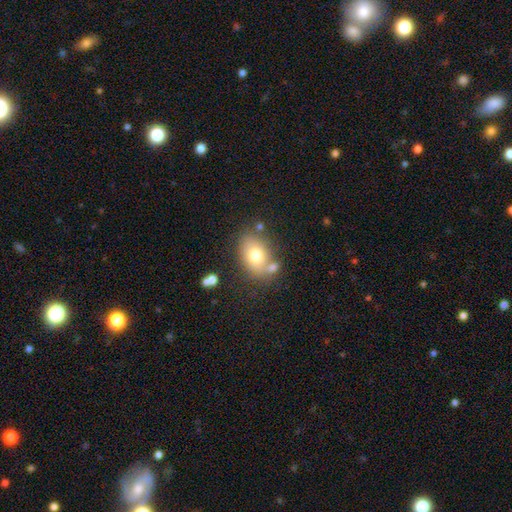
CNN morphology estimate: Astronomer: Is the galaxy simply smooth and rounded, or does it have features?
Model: smooth — 73%.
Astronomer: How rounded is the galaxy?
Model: in between — 77%.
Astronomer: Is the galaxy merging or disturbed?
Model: none — 63%.